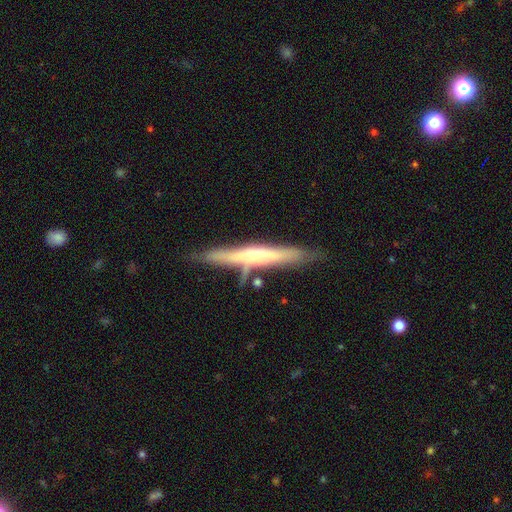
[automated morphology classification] smooth_or_featured: featured or disk (p=0.63) [alt: smooth p=0.31]
disk_edge_on: yes (p=0.93) [alt: no p=0.07]
edge_on_bulge: rounded (p=0.65) [alt: none p=0.27]
merging: none (p=0.73) [alt: minor disturbance p=0.15]